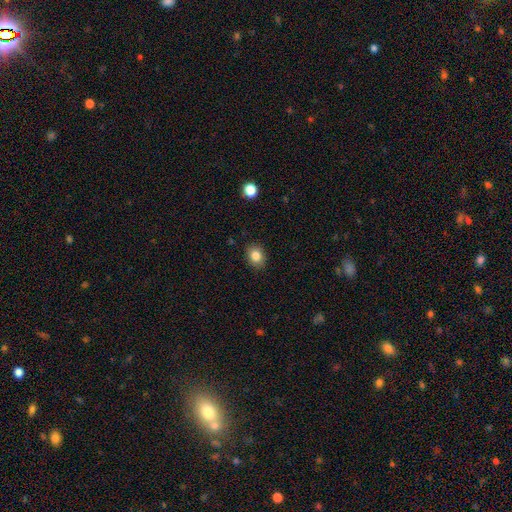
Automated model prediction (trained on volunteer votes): A smooth galaxy with no disk features (84%) that is round (53%). Merging: none (88%).